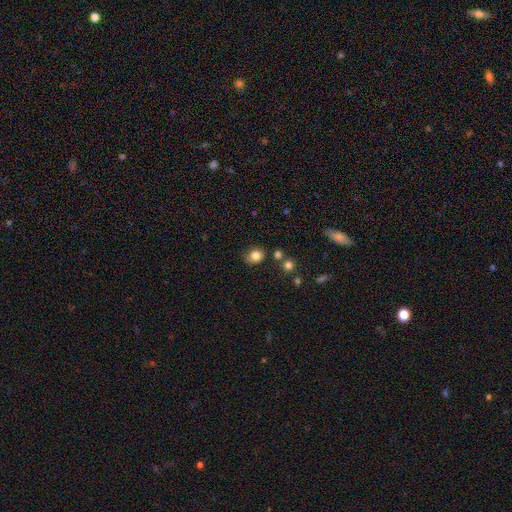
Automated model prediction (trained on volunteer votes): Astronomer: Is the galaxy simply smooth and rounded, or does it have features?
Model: smooth — 82%.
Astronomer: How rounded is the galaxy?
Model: round — 62%.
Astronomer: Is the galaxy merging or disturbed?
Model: none — 67%.